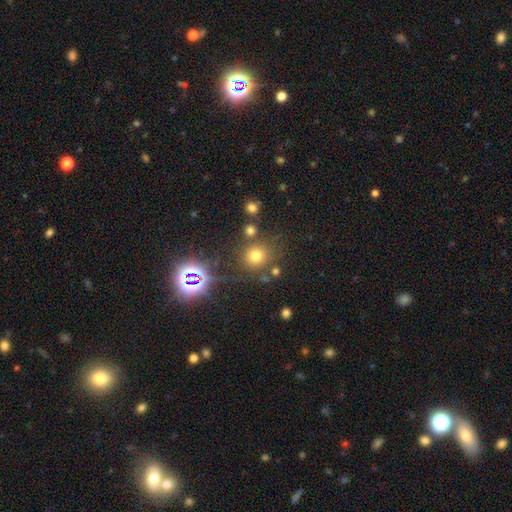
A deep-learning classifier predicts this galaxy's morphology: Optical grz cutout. It shows a smooth galaxy with no disk features (67%) that is round (87%). Merging: none (75%).